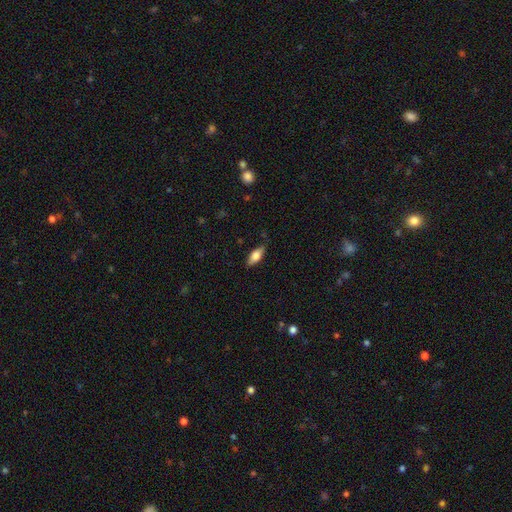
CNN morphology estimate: Smooth or featured?
  - smooth: 70% *
  - featured or disk: 23%
  - star or artifact: 7%
How rounded?
  - in between: 77% *
  - cigar-shaped: 20%
  - round: 3%
Merging?
  - none: 80% *
  - minor disturbance: 16%
  - major disturbance: 3%
  - merger: 1%